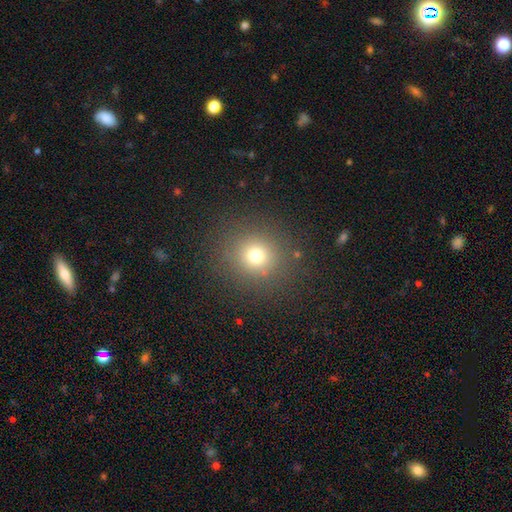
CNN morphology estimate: This is likely a smooth galaxy (71%). How rounded: clearly round (89%). Merging: clearly none (87%).